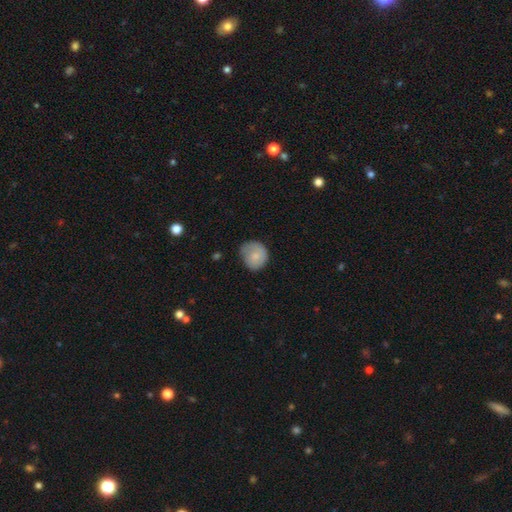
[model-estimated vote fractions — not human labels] A smooth galaxy with no disk features (76%) that is round (77%).

Vote fractions:
- Smooth or featured? smooth: 76% / featured or disk: 16% / star or artifact: 7%
- How rounded? round: 77% / in between: 22% / cigar-shaped: 1%
- Merging? none: 53% / minor disturbance: 35% / major disturbance: 10% / merger: 2%